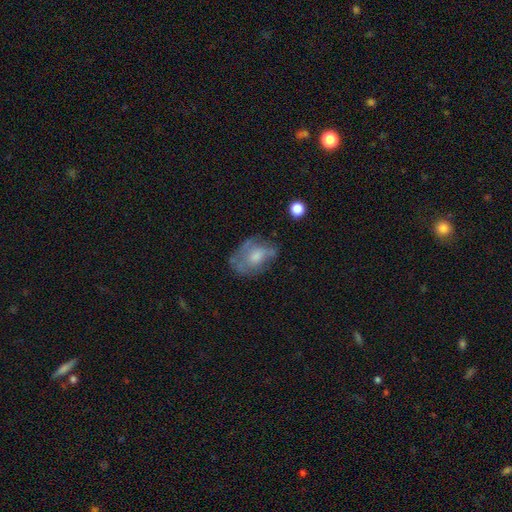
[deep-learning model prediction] Morphology: type=featured or disk (52%); edge-on=no (95%); merging=none (53%).